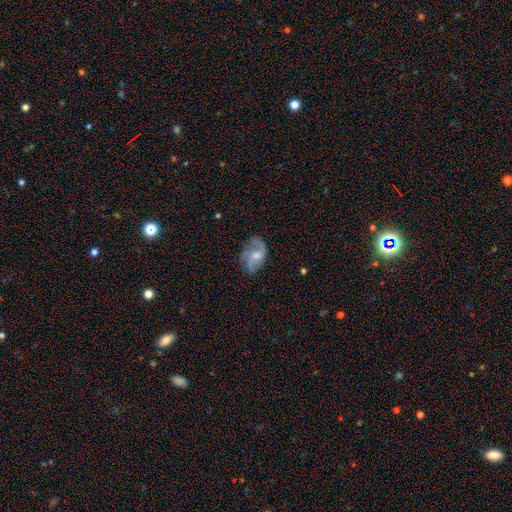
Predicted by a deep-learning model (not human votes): Smooth or featured: featured or disk — 74% (smooth — 17%)
Edge-on disk: no — 97% (yes — 3%)
Bar: no — 54% (weak — 38%)
Spiral arms: yes — 91% (no — 9%)
Spiral winding: medium — 46% (loose — 29%)
Spiral arm count: 2 — 50% (3 — 20%)
Bulge size: moderate — 52% (small — 39%)
Merging: none — 66% (minor disturbance — 22%)